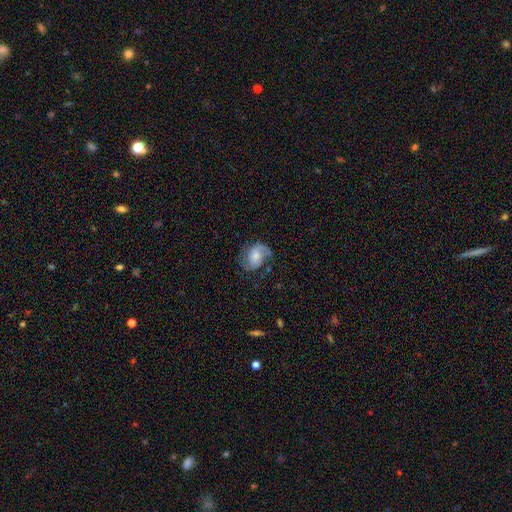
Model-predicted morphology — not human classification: Smooth or featured? Predicted: featured or disk (p=0.67). Edge-on disk? Predicted: no (p=0.97). Bar? Predicted: no (p=0.60). Spiral arms? Predicted: yes (p=0.91). Spiral winding? Predicted: medium (p=0.44). Spiral arm count? Predicted: 2 (p=0.78). Bulge size? Predicted: moderate (p=0.45). Merging? Predicted: none (p=0.60).